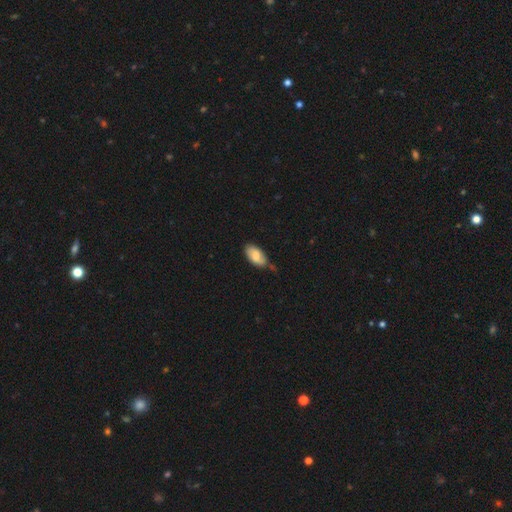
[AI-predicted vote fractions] smooth 72%, featured or disk 22%, star or artifact 6%. Down the decision tree: how rounded — in between (94%); merging — none (63%).